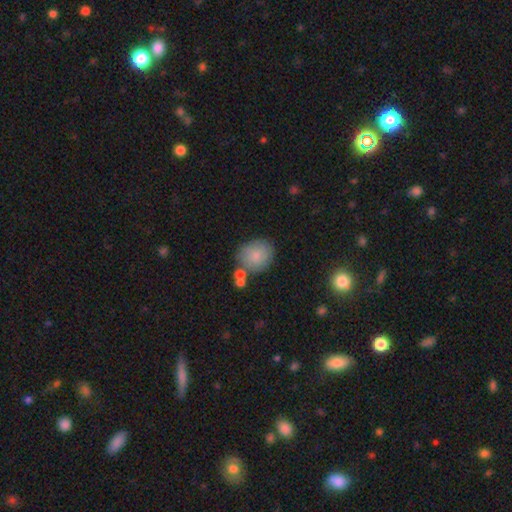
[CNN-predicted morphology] type=smooth (79%); roundness=round (68%); merging=none (69%).